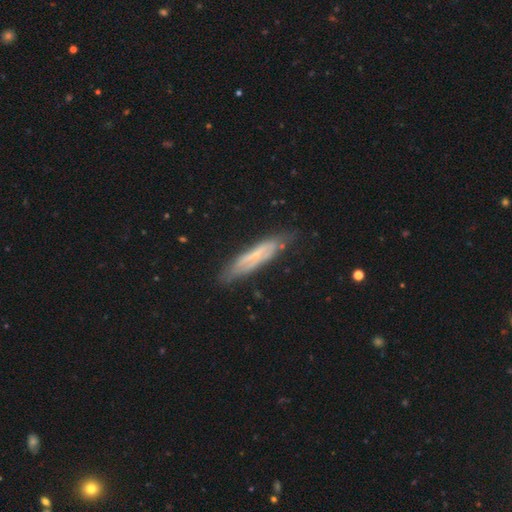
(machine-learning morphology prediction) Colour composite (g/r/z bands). It shows a featured or disk galaxy (61%) viewed edge-on (55%). Merging: none (73%).